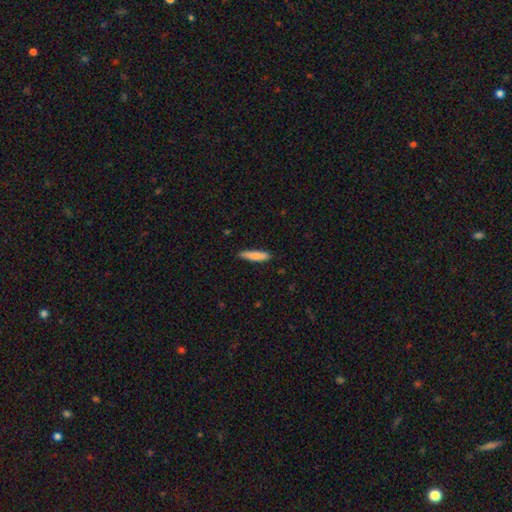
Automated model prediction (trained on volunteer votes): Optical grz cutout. It shows a smooth galaxy with no disk features (83%) that is cigar-shaped (83%). Merging: none (86%).